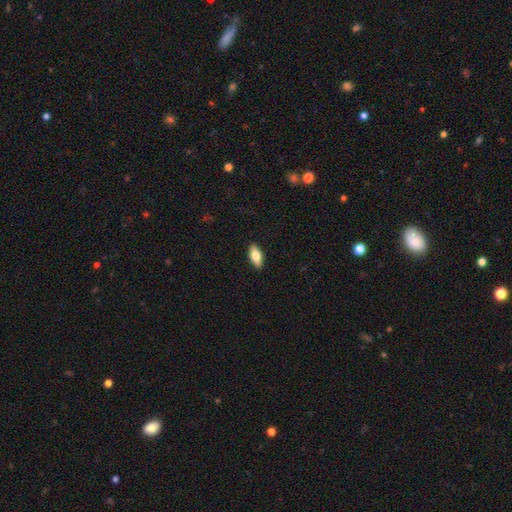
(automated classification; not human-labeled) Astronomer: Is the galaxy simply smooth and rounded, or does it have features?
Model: smooth — 73%.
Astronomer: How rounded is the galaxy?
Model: in between — 85%.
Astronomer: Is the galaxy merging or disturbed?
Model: none — 90%.